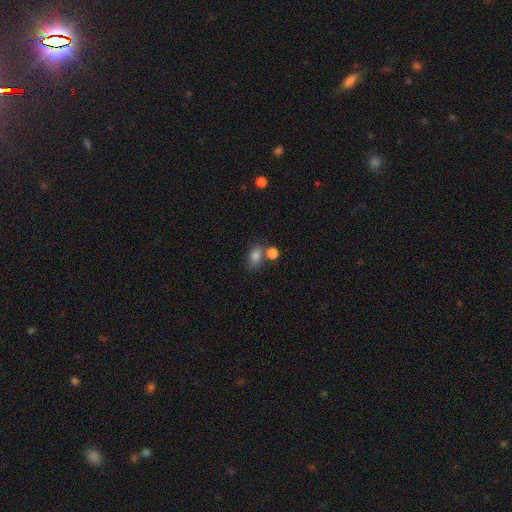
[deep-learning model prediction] A smooth galaxy with no disk features (81%) that is in between round and cigar-shaped (73%).

Vote fractions:
- Smooth or featured? smooth: 81% / star or artifact: 12% / featured or disk: 8%
- How rounded? in between: 73% / round: 25% / cigar-shaped: 2%
- Merging? none: 57% / merger: 24% / minor disturbance: 14% / major disturbance: 5%